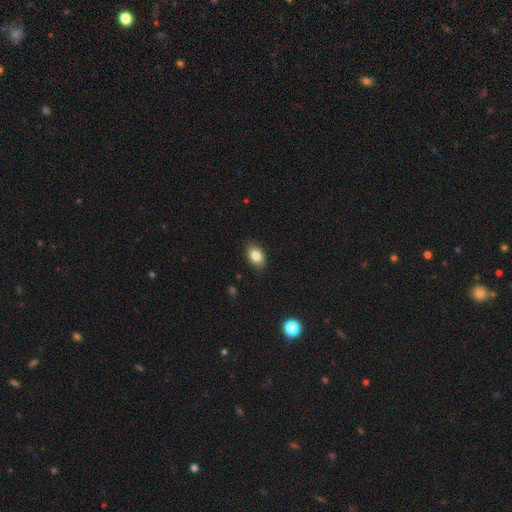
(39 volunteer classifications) This is clearly a smooth galaxy (92%). How rounded: likely in between (78%). Merging: clearly none (95%).